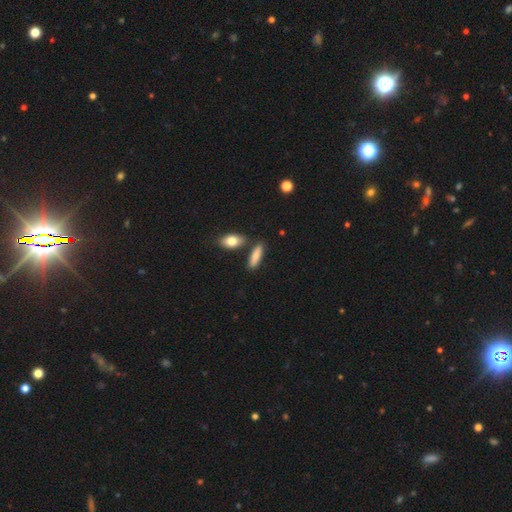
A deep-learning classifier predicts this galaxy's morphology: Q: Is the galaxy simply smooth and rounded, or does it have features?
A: smooth — 82%.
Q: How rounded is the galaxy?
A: cigar-shaped — 49%, tied with in between.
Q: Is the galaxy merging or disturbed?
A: none — 75%.